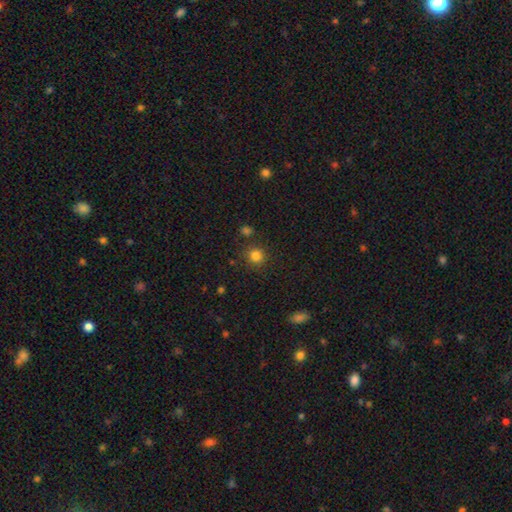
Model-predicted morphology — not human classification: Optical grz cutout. It shows a smooth galaxy with no disk features (82%) that is round (91%). Merging: none (85%).